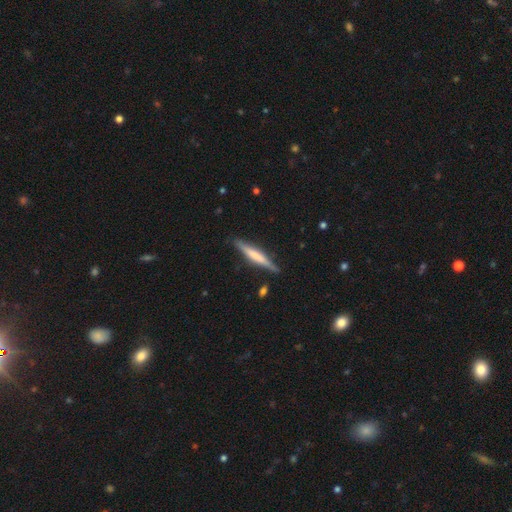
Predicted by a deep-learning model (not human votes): smooth-or-featured: featured or disk: 50% | smooth: 44% | star or artifact: 6%
  disk-edge-on: yes: 97% | no: 3%
  merging: none: 85% | minor disturbance: 11% | major disturbance: 2% | merger: 2%